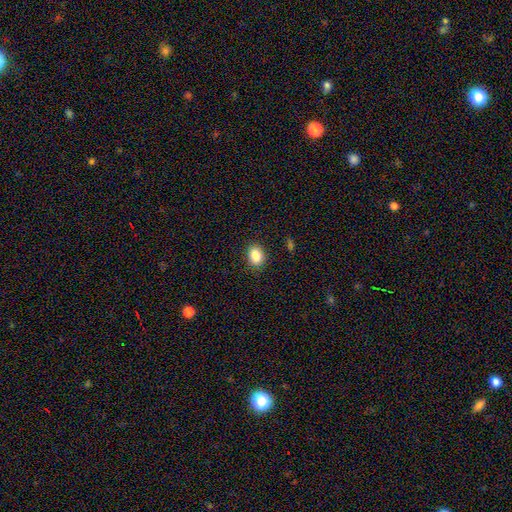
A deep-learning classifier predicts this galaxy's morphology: The model was most divided on "how rounded": in between: 65%, round: 34%, cigar-shaped: 1%. More confident: merging — none (88%); smooth or featured — smooth (85%).